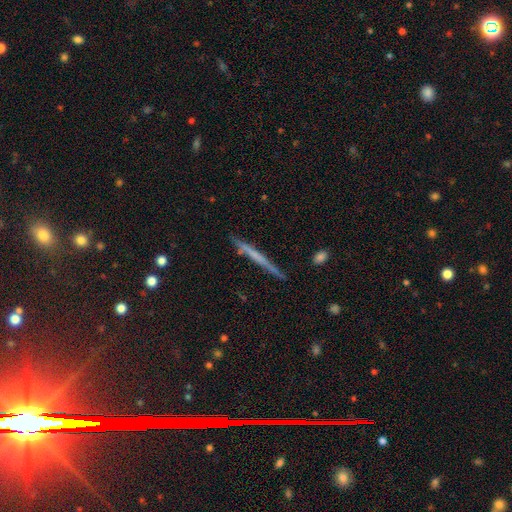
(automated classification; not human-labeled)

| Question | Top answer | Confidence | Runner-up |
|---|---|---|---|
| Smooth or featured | featured or disk | 51% | smooth (42%) |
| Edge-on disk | yes | 96% | no (4%) |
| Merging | none | 85% | minor disturbance (11%) |